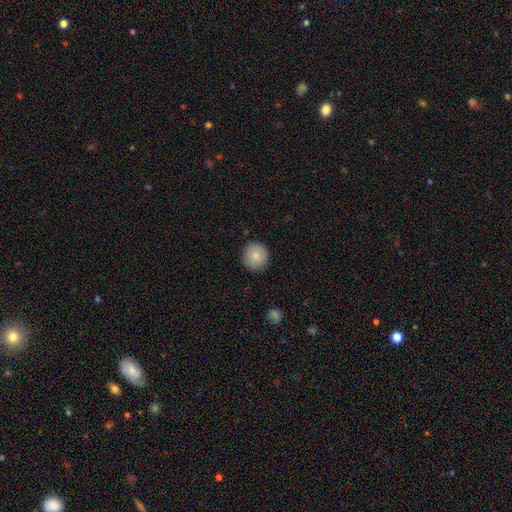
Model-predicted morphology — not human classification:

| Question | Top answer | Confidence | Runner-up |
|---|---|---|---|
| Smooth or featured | smooth | 86% | star or artifact (8%) |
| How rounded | round | 94% | in between (5%) |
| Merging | none | 90% | minor disturbance (7%) |